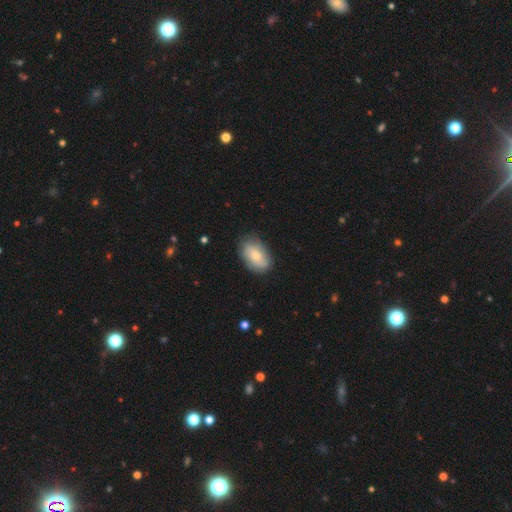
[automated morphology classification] A smooth galaxy with no disk features (56%) that is in between round and cigar-shaped (88%). Merging: none (77%).